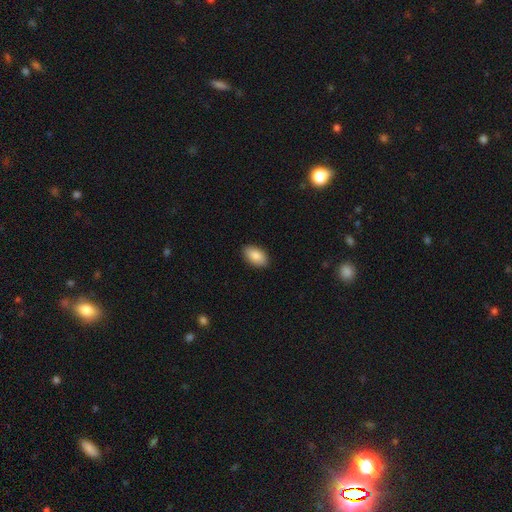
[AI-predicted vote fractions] smooth 87%, star or artifact 7%, featured or disk 6%. Down the decision tree: how rounded — in between (94%); merging — none (89%).